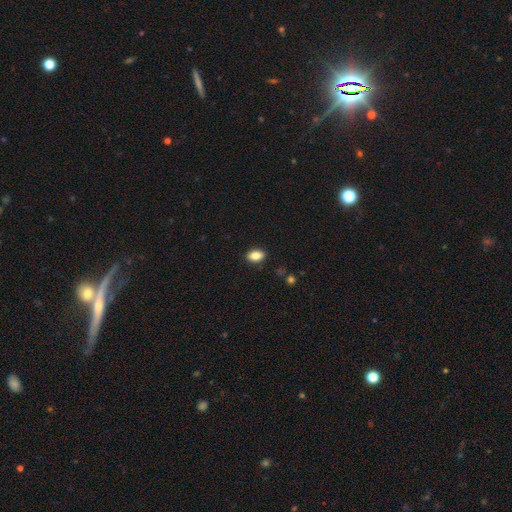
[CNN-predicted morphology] Smooth or featured?
  - smooth: 85% *
  - star or artifact: 8%
  - featured or disk: 7%
How rounded?
  - in between: 88% *
  - round: 10%
  - cigar-shaped: 2%
Merging?
  - none: 89% *
  - minor disturbance: 8%
  - major disturbance: 2%
  - merger: 1%